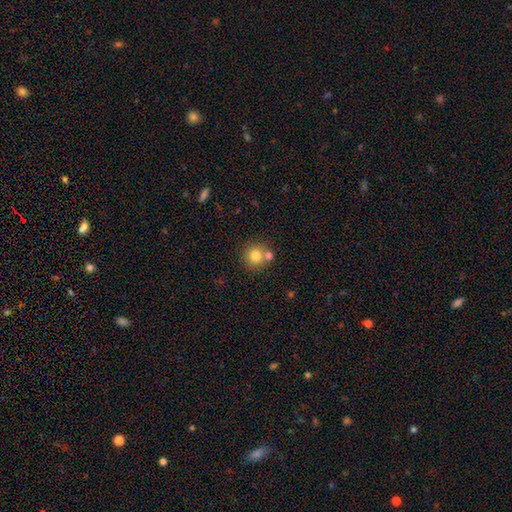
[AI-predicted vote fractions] smooth 79%, star or artifact 11%, featured or disk 10%. Down the decision tree: how rounded — round (92%); merging — none (65%).